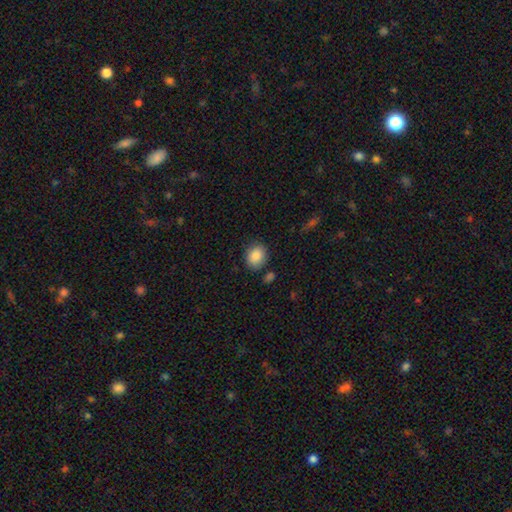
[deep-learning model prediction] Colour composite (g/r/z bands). It shows a smooth galaxy with no disk features (87%) that is round (59%). Merging: none (81%).